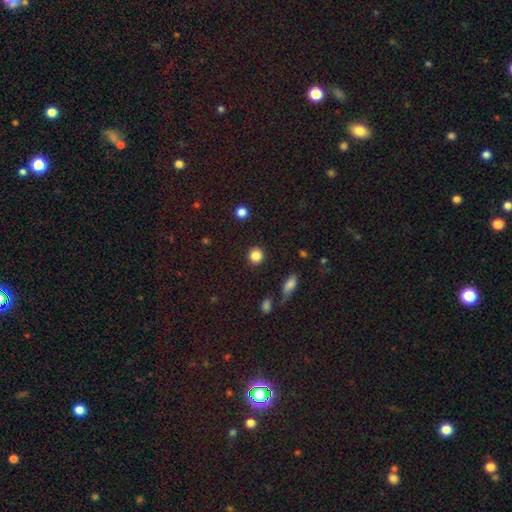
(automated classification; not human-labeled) smooth 86%, star or artifact 10%, featured or disk 4%. Down the decision tree: how rounded — round (90%); merging — none (90%).